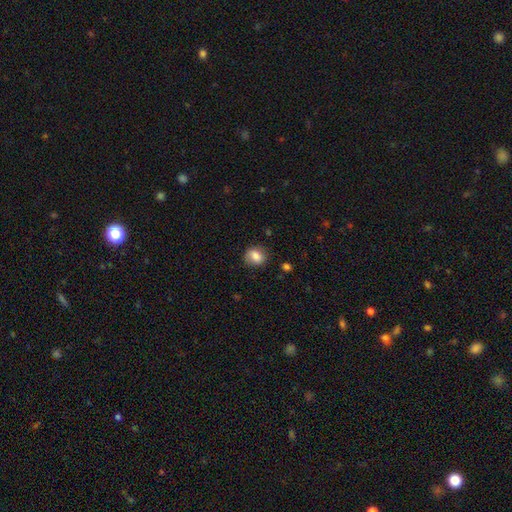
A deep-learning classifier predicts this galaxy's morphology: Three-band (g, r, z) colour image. It shows a smooth galaxy with no disk features (80%) that is round (57%). Merging: none (75%).